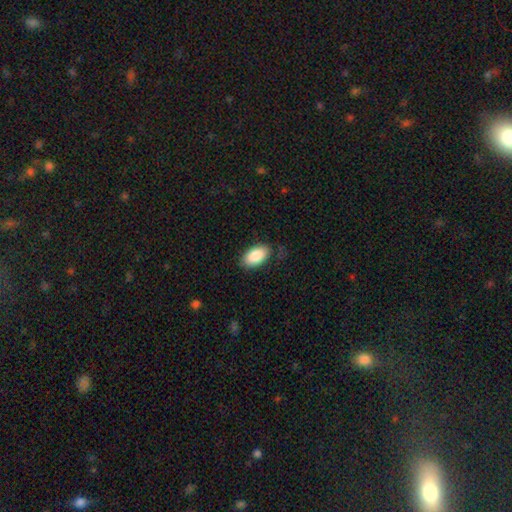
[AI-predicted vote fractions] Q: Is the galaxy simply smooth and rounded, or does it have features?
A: smooth — 88%.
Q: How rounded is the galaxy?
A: in between — 95%.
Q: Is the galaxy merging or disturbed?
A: none — 81%.